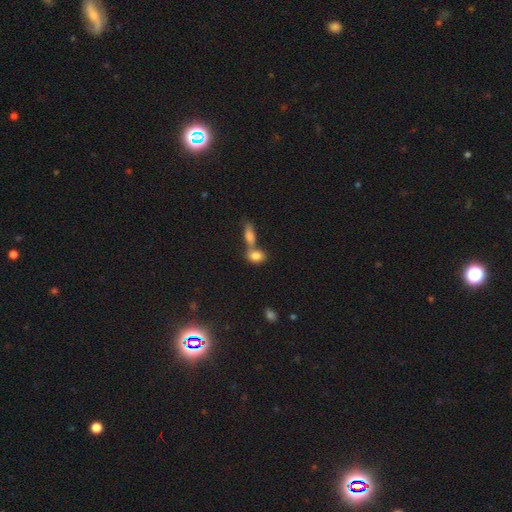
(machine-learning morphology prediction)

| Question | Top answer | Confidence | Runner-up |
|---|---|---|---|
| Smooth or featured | smooth | 82% | featured or disk (9%) |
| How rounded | in between | 76% | round (20%) |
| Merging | merger | 49% | none (38%) |